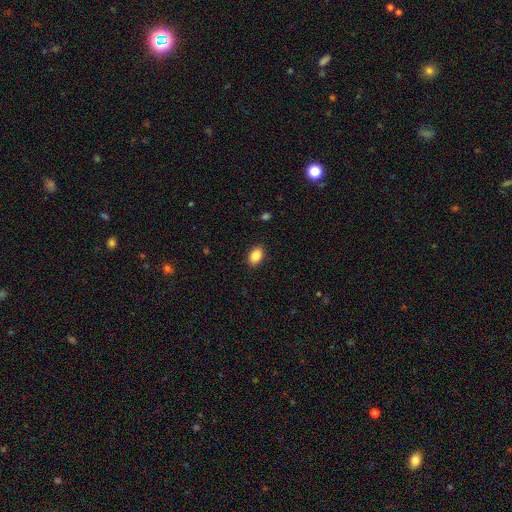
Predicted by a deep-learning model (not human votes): Overall: smooth (88%). How rounded: in between (84%). Merging: none (89%).